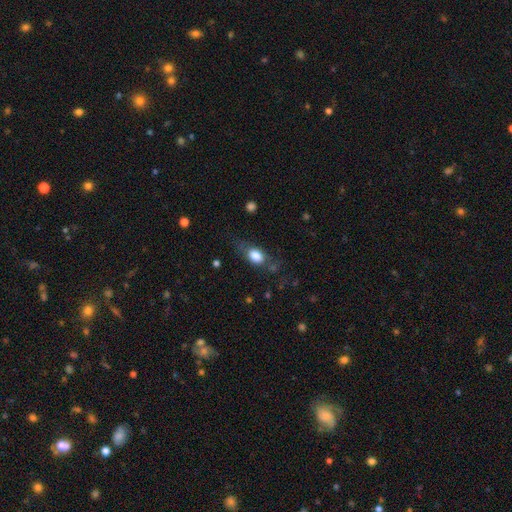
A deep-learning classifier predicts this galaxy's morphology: Smooth or featured? Predicted: smooth (p=0.78). How rounded? Predicted: in between (p=0.81). Merging? Predicted: none (p=0.59).